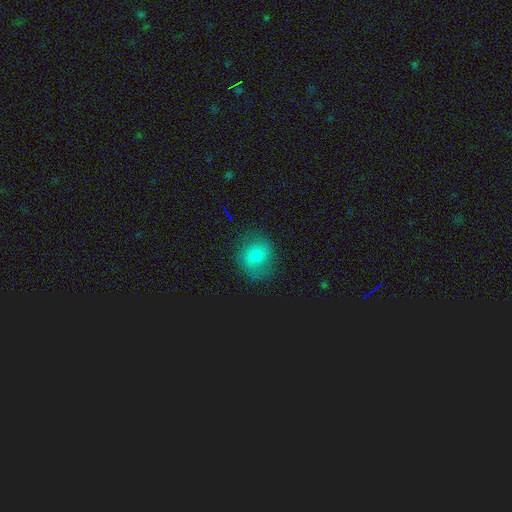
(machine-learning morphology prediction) Smooth or featured? Predicted: smooth (p=0.64). How rounded? Predicted: round (p=0.75). Merging? Predicted: none (p=0.77).